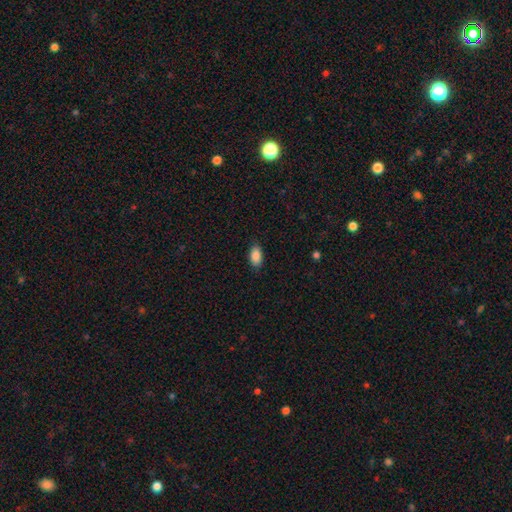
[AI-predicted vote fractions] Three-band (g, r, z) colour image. It shows a smooth galaxy with no disk features (88%) that is in between round and cigar-shaped (92%). Merging: none (86%).